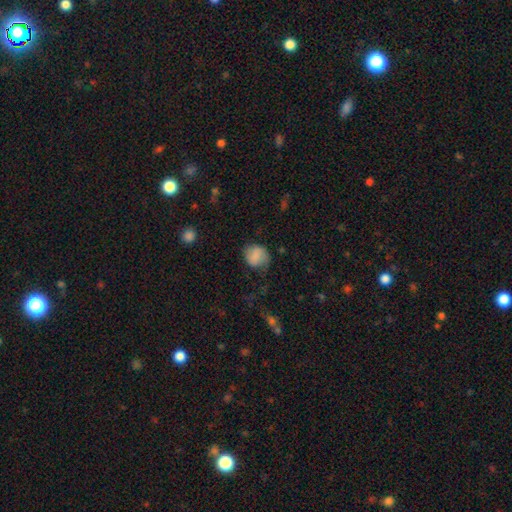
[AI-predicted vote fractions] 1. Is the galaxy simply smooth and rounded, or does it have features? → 77% smooth, 14% featured or disk, 8% star or artifact.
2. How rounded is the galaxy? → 76% round, 23% in between, 1% cigar-shaped.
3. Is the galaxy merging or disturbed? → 63% none, 24% minor disturbance, 12% major disturbance, 2% merger.